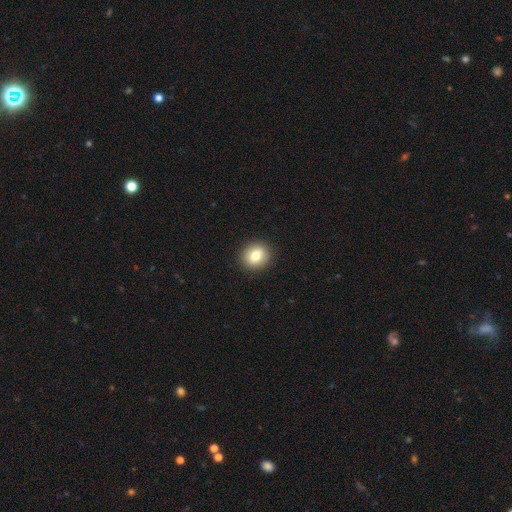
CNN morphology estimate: Smooth or featured?
  - smooth: 80% *
  - featured or disk: 10%
  - star or artifact: 9%
How rounded?
  - round: 79% *
  - in between: 20%
  - cigar-shaped: 1%
Merging?
  - none: 92% *
  - minor disturbance: 6%
  - major disturbance: 2%
  - merger: 1%